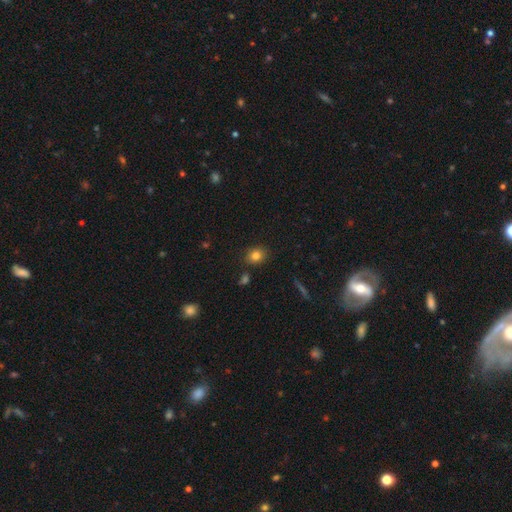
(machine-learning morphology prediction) Smooth or featured?
  - smooth: 82% *
  - star or artifact: 11%
  - featured or disk: 7%
How rounded?
  - round: 57% *
  - in between: 42%
  - cigar-shaped: 1%
Merging?
  - none: 84% *
  - minor disturbance: 11%
  - merger: 3%
  - major disturbance: 3%